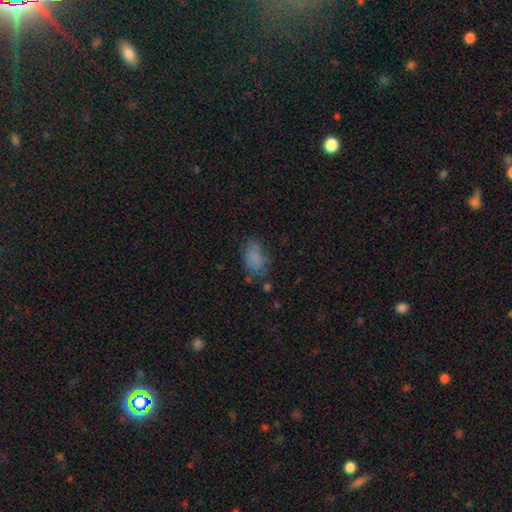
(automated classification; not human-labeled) smooth_or_featured: smooth (p=0.77) [alt: star or artifact p=0.12]
how_rounded: in between (p=0.87) [alt: round p=0.11]
merging: none (p=0.62) [alt: minor disturbance p=0.24]